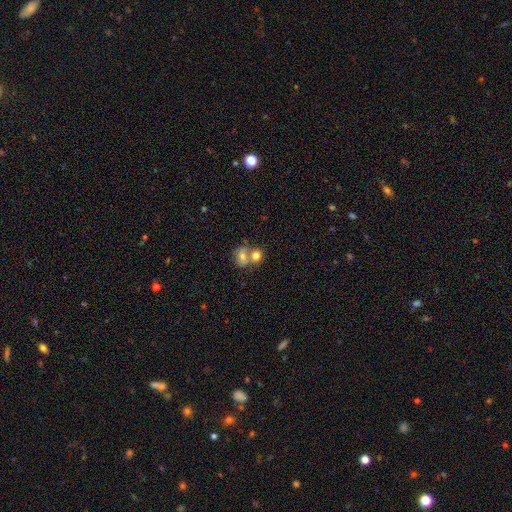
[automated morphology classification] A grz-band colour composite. It shows a smooth galaxy with no disk features (72%) that is round (67%). Merging: merger (55%).